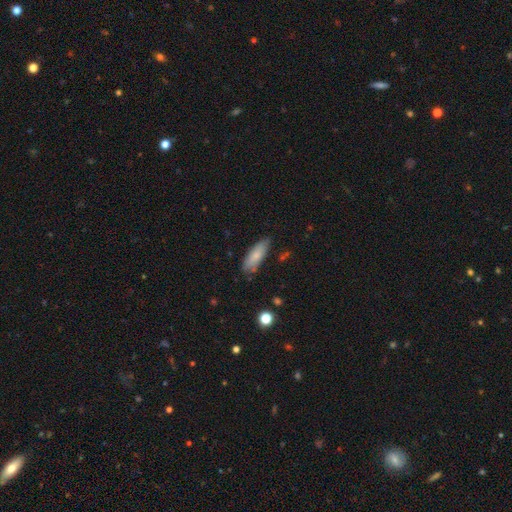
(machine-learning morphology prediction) Overall: smooth (79%). How rounded: in between (62%; cigar-shaped 36%). Merging: none (77%).